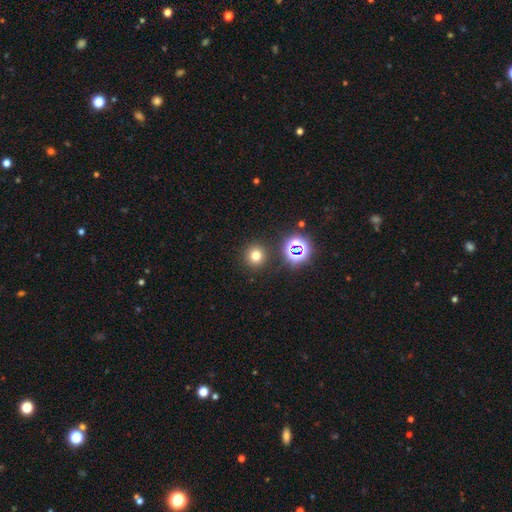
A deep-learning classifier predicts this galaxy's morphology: smooth-or-featured: smooth: 71% | star or artifact: 22% | featured or disk: 7%
  how-rounded: round: 93% | in between: 6% | cigar-shaped: 1%
  merging: none: 88% | minor disturbance: 6% | merger: 3% | major disturbance: 3%